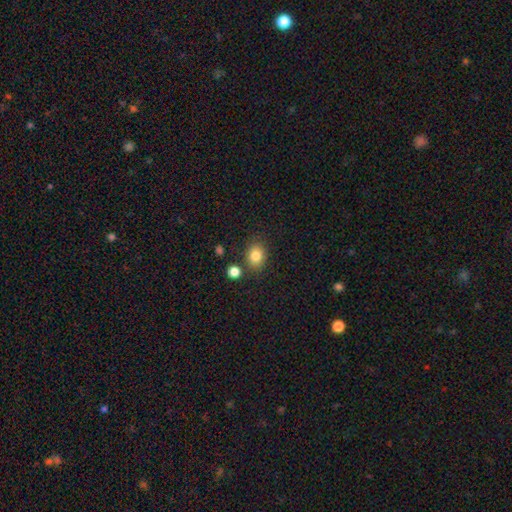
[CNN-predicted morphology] A smooth galaxy with no disk features (84%) that is in between round and cigar-shaped (52%). Merging: none (79%).